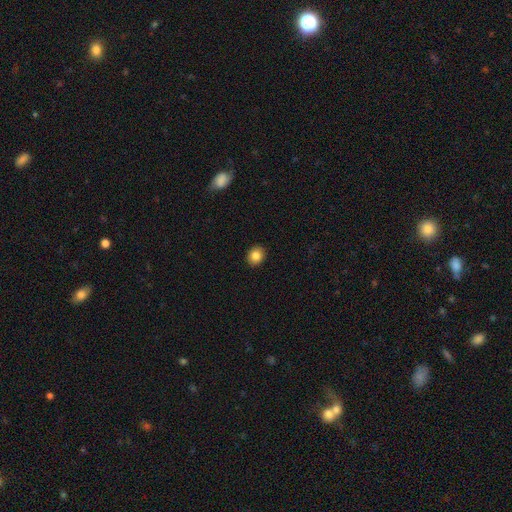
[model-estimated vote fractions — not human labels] A smooth galaxy with no disk features (84%) that is round (69%).

Vote fractions:
- Smooth or featured? smooth: 84% / star or artifact: 10% / featured or disk: 6%
- How rounded? round: 69% / in between: 30% / cigar-shaped: 1%
- Merging? none: 91% / minor disturbance: 6% / major disturbance: 2% / merger: 1%